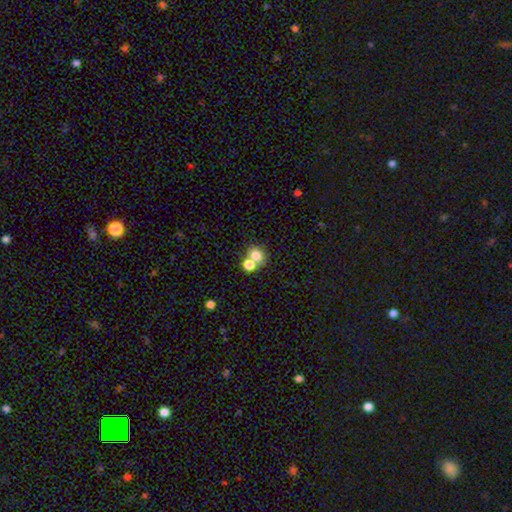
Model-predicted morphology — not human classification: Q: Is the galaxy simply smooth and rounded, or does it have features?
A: smooth — 77%.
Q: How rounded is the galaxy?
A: round — 74%.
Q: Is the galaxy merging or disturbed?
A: merger — 47%.